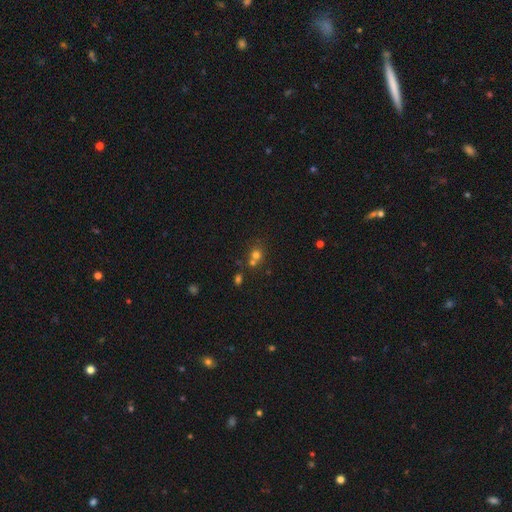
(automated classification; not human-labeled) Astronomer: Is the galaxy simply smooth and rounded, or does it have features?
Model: smooth — 61%.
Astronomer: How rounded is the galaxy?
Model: round — 83%.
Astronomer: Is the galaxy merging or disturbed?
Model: none — 50% (runner-up: merger, 39%).